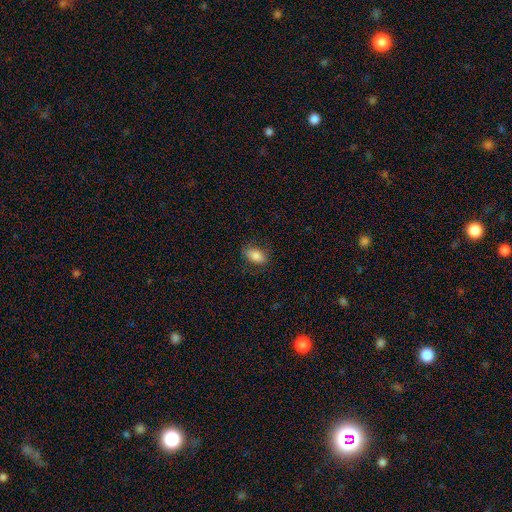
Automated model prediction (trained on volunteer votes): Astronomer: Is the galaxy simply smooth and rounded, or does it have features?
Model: smooth — 84%.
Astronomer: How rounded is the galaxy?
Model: in between — 90%.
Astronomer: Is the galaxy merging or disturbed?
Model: none — 80%.